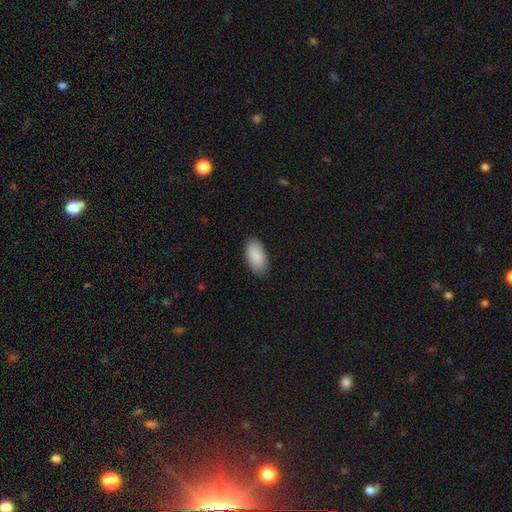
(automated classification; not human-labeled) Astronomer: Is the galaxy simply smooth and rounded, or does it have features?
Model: smooth — 90%.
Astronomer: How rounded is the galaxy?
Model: in between — 95%.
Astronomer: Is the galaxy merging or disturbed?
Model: none — 83%.